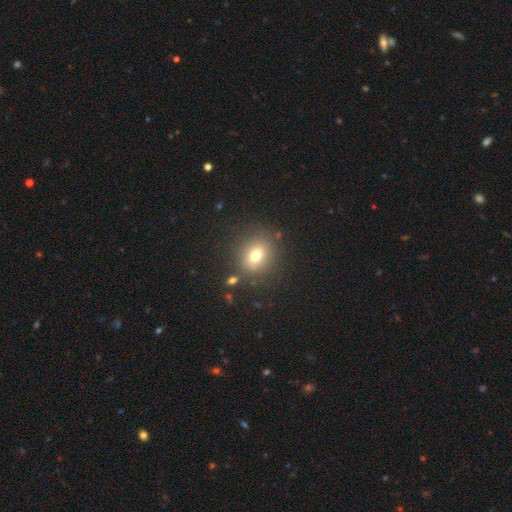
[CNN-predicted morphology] Overall: smooth (73%). How rounded: round (71%). Merging: none (83%).